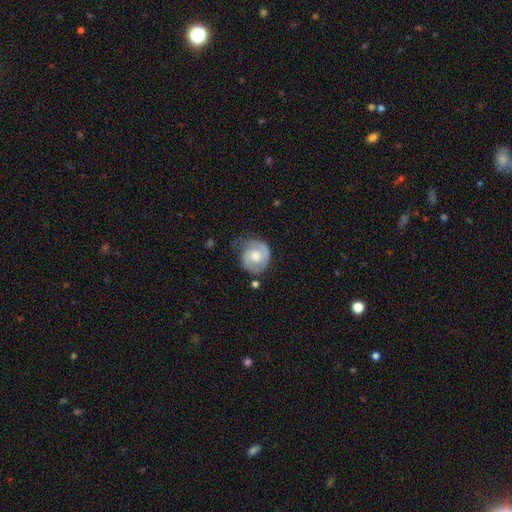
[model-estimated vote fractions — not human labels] A featured or disk galaxy (70%) with no bar (67%), 2 (45%) tight (58%) spiral arms (90%) and a moderate central bulge (56%).

Vote fractions:
- Smooth or featured? featured or disk: 70% / smooth: 25% / star or artifact: 5%
- Edge-on disk? no: 98% / yes: 2%
- Bar? no: 67% / weak: 28% / strong: 5%
- Spiral arms? yes: 90% / no: 10%
- Spiral winding? tight: 58% / medium: 31% / loose: 11%
- Spiral arm count? 2: 45% / 1: 41% / can't tell: 10% / 3: 2% / 4: 1% / more than 4: 1%
- Bulge size? moderate: 56% / large: 19% / small: 18% / none: 5% / dominant: 2%
- Merging? none: 55% / minor disturbance: 27% / major disturbance: 15% / merger: 3%